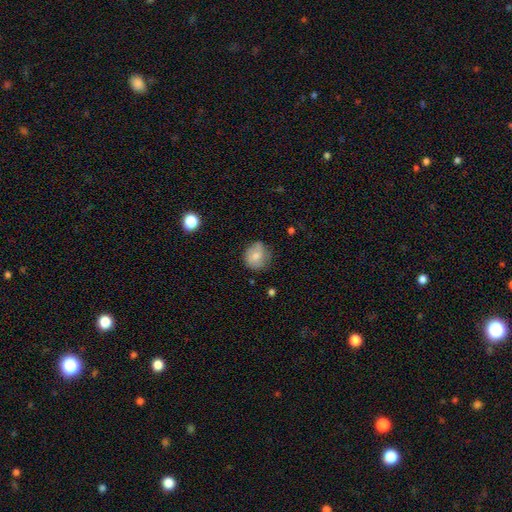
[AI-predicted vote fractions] Smooth or featured?
  - smooth: 70% *
  - featured or disk: 21%
  - star or artifact: 9%
How rounded?
  - round: 77% *
  - in between: 22%
  - cigar-shaped: 1%
Merging?
  - none: 62% *
  - minor disturbance: 28%
  - major disturbance: 8%
  - merger: 2%